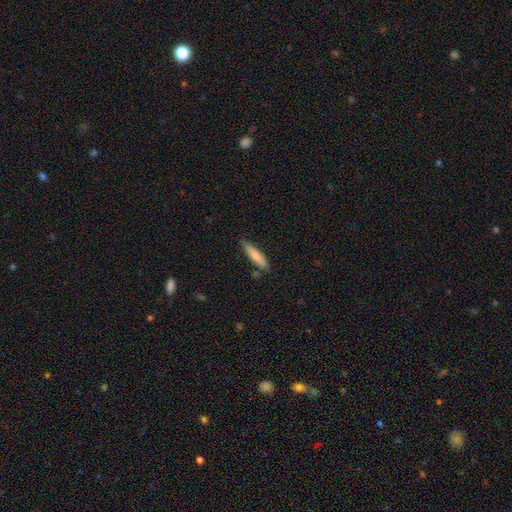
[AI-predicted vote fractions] Smooth or featured: smooth — 78% (featured or disk — 17%)
How rounded: cigar-shaped — 83% (in between — 15%)
Merging: none — 78% (minor disturbance — 16%)